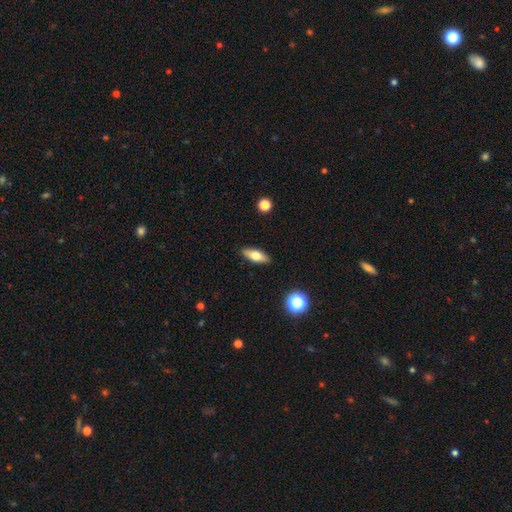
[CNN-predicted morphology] type=smooth (68%); roundness=in between (69%); merging=none (89%).